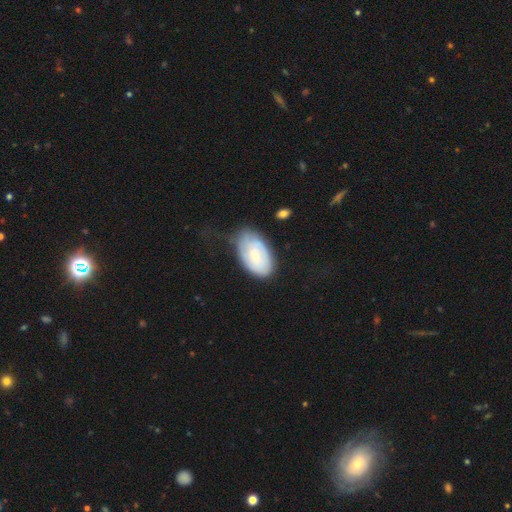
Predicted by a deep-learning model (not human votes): This is possibly a smooth galaxy (54%). How rounded: clearly in between (93%). Merging: possibly none (55%).